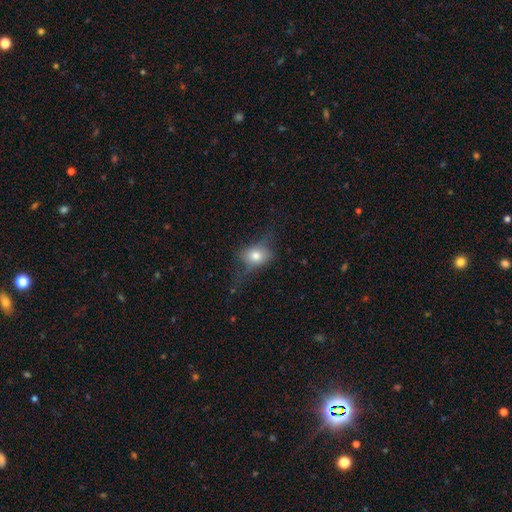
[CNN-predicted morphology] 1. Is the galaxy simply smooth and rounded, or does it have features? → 64% smooth, 25% featured or disk, 10% star or artifact.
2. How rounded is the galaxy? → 56% in between, 41% round, 3% cigar-shaped.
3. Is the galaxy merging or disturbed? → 50% none, 27% minor disturbance, 22% major disturbance, 2% merger.